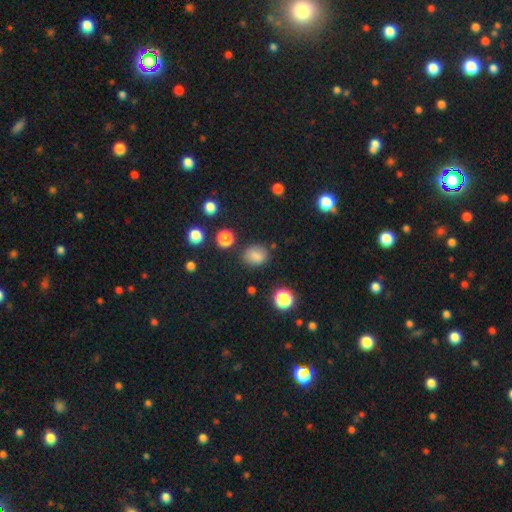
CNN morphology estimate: Smooth or featured? smooth (80%)
How rounded? round (52%)
Merging? none (77%)